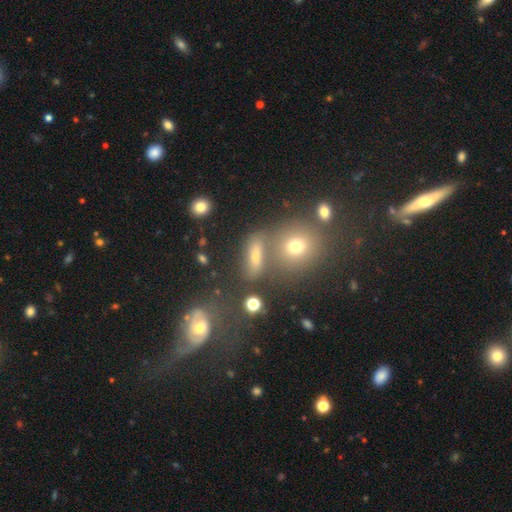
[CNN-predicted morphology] Smooth or featured: smooth — 59% (featured or disk — 21%)
How rounded: in between — 55% (cigar-shaped — 24%)
Merging: none — 55% (merger — 23%)